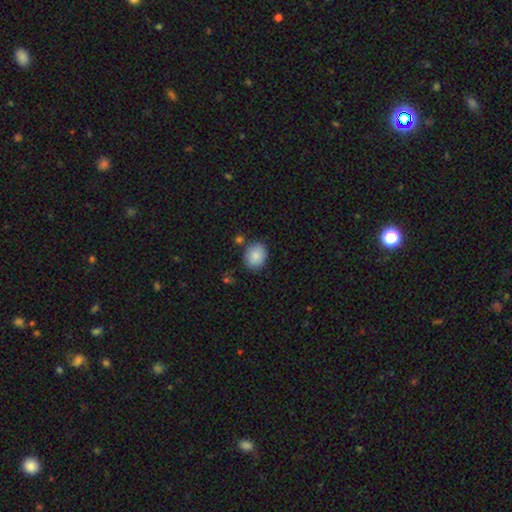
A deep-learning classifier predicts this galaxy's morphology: Q: Smooth or featured?
A: smooth (88%); runner-up: star or artifact (7%)
Q: How rounded?
A: in between (51%); runner-up: round (48%)
Q: Merging?
A: none (80%); runner-up: minor disturbance (13%)